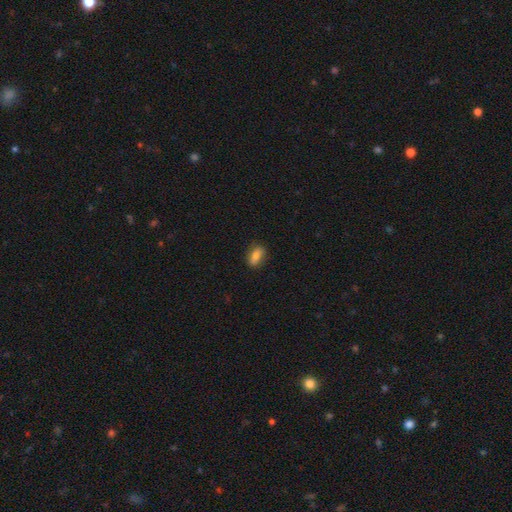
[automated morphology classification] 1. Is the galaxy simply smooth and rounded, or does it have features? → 78% smooth, 13% featured or disk, 8% star or artifact.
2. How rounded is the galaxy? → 79% in between, 13% cigar-shaped, 8% round.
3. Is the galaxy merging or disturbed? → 81% none, 14% minor disturbance, 3% major disturbance, 1% merger.